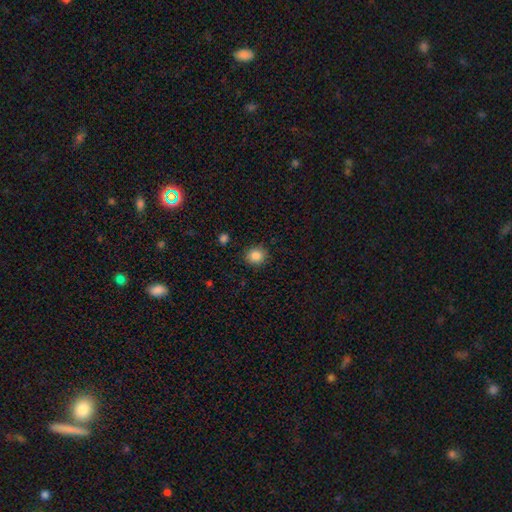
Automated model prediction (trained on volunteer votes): Smooth or featured: smooth — 86% (star or artifact — 10%)
How rounded: round — 87% (in between — 12%)
Merging: none — 88% (minor disturbance — 8%)